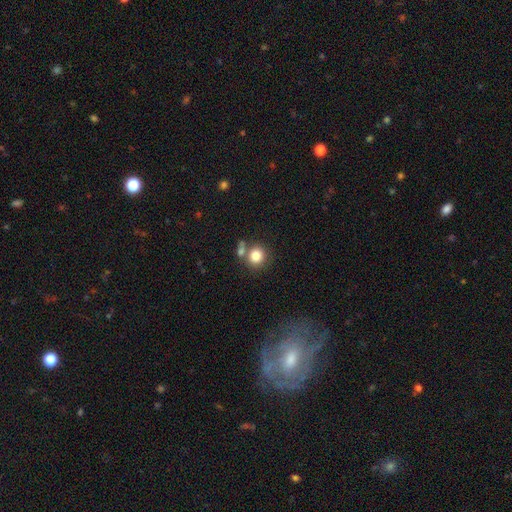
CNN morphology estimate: This appears to be a smooth galaxy with no disk features (81%) that is round (87%). Merging: none (62%).